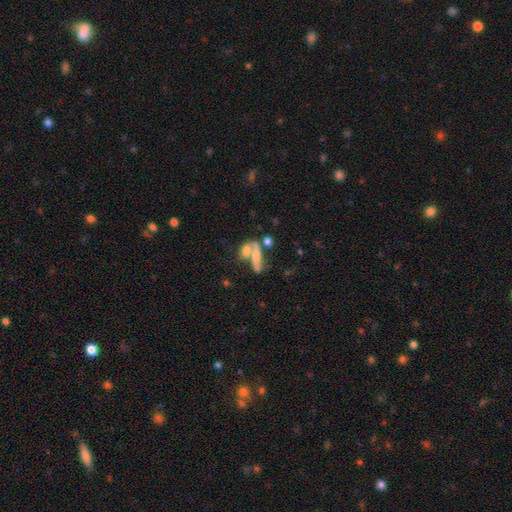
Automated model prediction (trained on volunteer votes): This appears to be a smooth galaxy with no disk features (55%) that is cigar-shaped (49%). Merging: merger (49%).